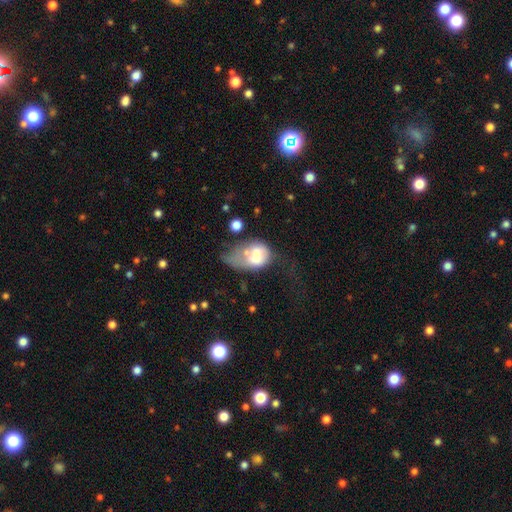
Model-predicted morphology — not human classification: The model was most divided on "merging": major disturbance: 46%, merger: 26%, minor disturbance: 17%, none: 12%. More confident: how rounded — in between (69%); smooth or featured — smooth (61%).